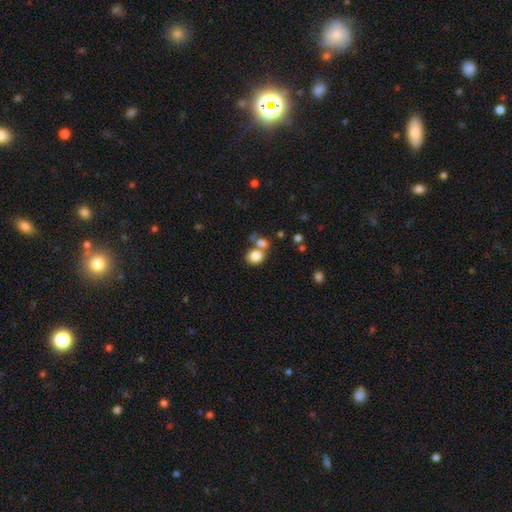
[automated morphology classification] Smooth or featured?
  - smooth: 82% *
  - star or artifact: 10%
  - featured or disk: 8%
How rounded?
  - round: 63% *
  - in between: 36%
  - cigar-shaped: 1%
Merging?
  - none: 51% *
  - merger: 35%
  - minor disturbance: 10%
  - major disturbance: 4%